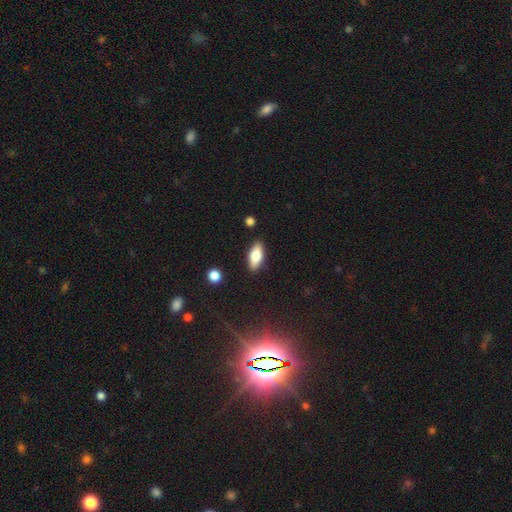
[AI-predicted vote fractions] Smooth or featured: smooth — 72% (featured or disk — 21%)
How rounded: in between — 81% (cigar-shaped — 16%)
Merging: none — 86% (minor disturbance — 10%)